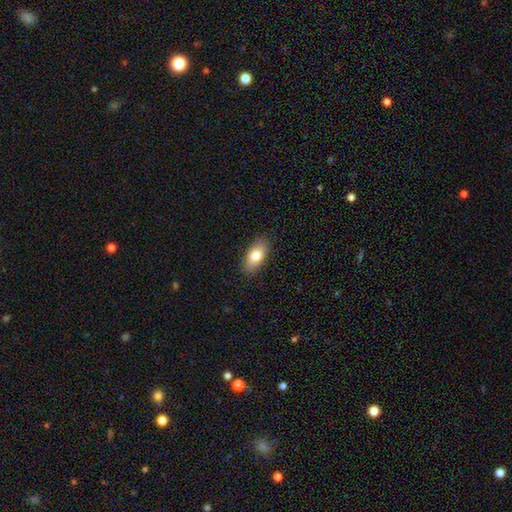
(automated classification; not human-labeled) This appears to be a smooth galaxy with no disk features (79%) that is in between round and cigar-shaped (90%). Merging: none (87%).